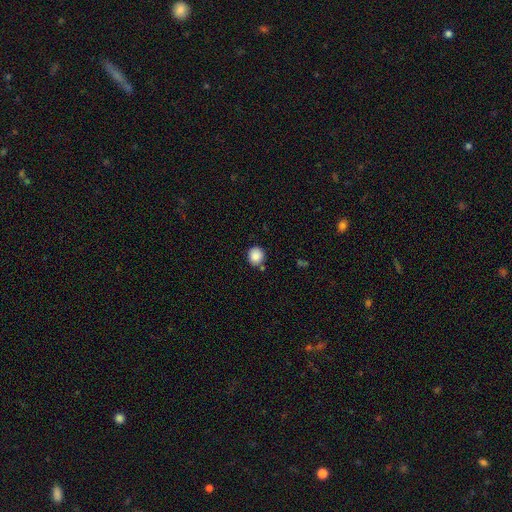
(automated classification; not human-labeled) Smooth or featured? Predicted: smooth (p=0.88). How rounded? Predicted: round (p=0.87). Merging? Predicted: none (p=0.80).